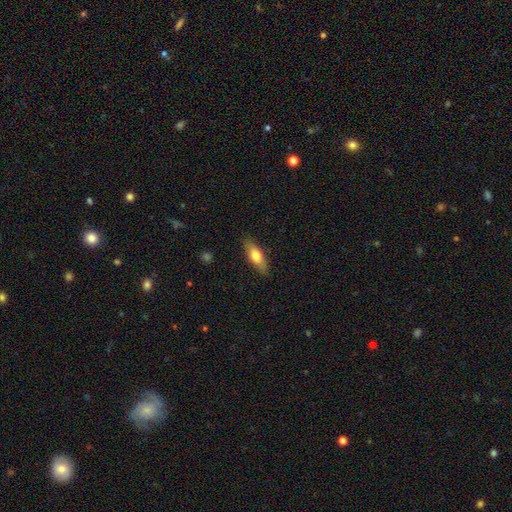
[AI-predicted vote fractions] smooth 65%, featured or disk 29%, star or artifact 6%. Down the decision tree: how rounded — in between (55%); merging — none (86%).